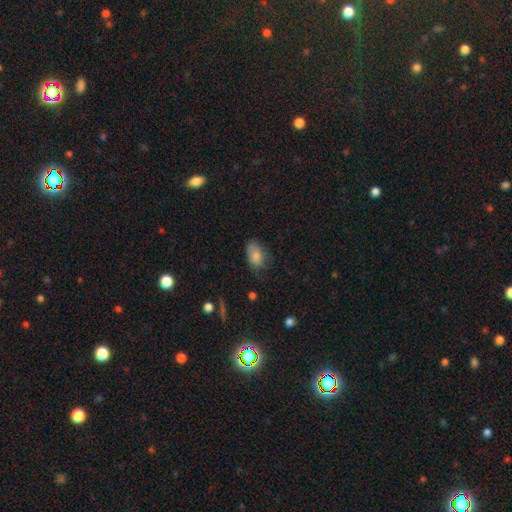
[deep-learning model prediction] Morphology: type=smooth (82%); roundness=in between (89%); merging=none (56%).